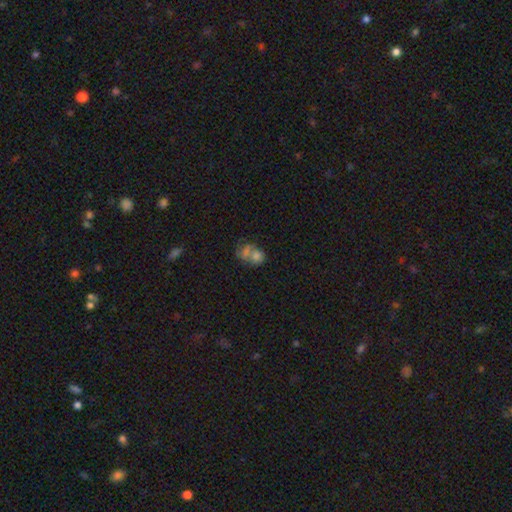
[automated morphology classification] smooth-or-featured: smooth: 64% | featured or disk: 23% | star or artifact: 13%
  how-rounded: round: 52% | in between: 47% | cigar-shaped: 2%
  merging: merger: 57% | none: 22% | major disturbance: 11% | minor disturbance: 10%